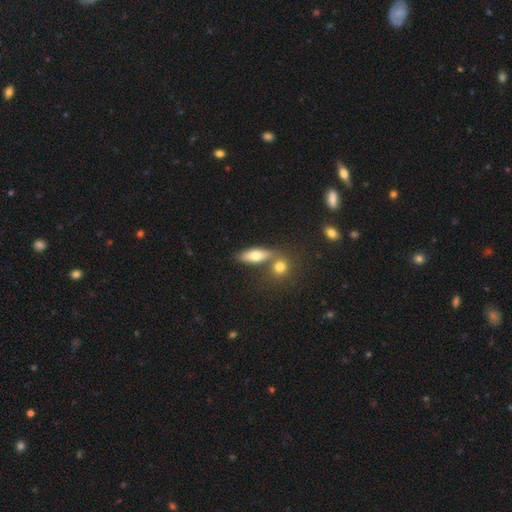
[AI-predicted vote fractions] Smooth or featured: smooth — 70% (featured or disk — 22%)
How rounded: in between — 70% (cigar-shaped — 23%)
Merging: none — 54% (merger — 32%)